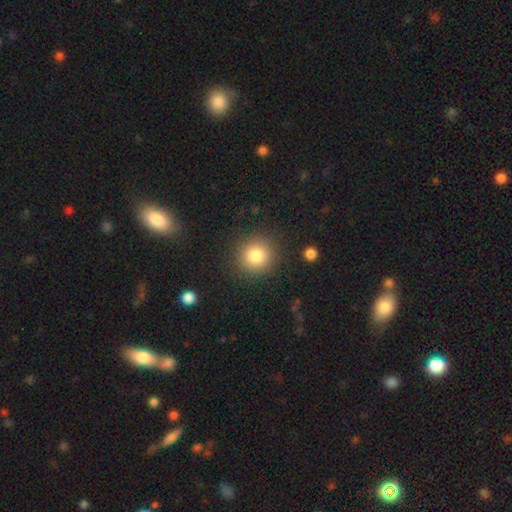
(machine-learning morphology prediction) Smooth or featured: smooth — 82% (star or artifact — 11%)
How rounded: round — 91% (in between — 8%)
Merging: none — 88% (minor disturbance — 7%)